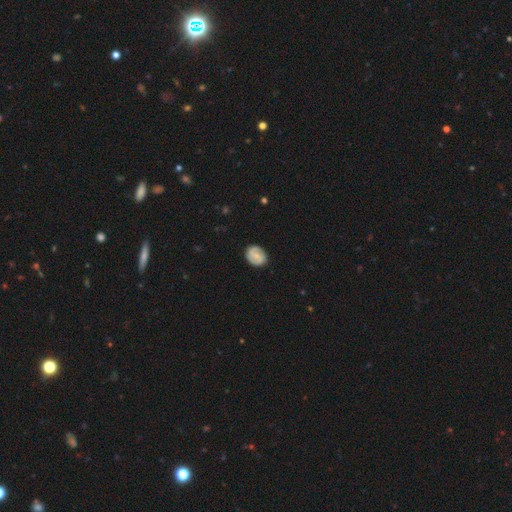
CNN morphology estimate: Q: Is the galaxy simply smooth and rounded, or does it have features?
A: featured or disk — 47%.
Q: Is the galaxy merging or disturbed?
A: none — 82%.